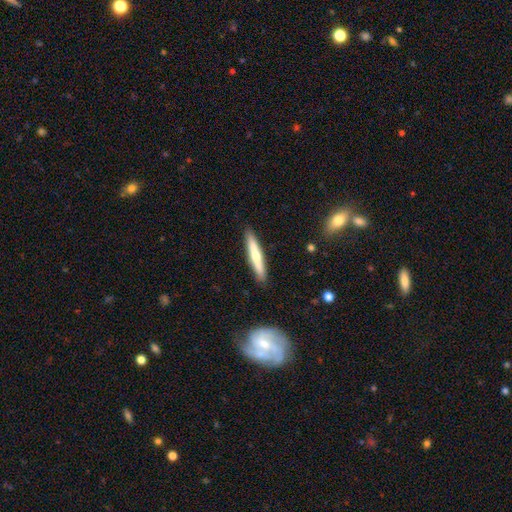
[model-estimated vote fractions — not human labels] This is possibly a smooth galaxy (52%). How rounded: clearly cigar-shaped (92%). Merging: clearly none (90%).